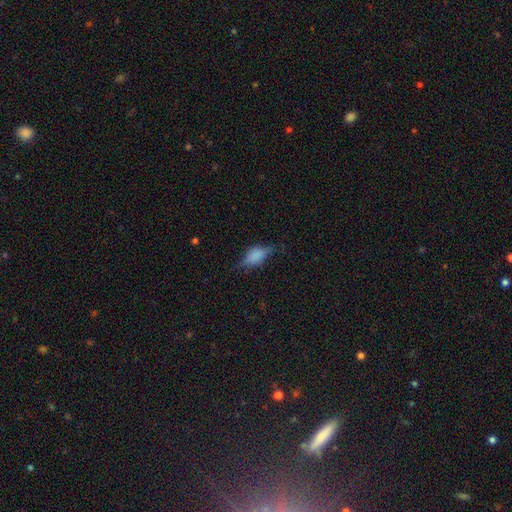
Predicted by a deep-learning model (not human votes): smooth-or-featured: smooth: 58% | featured or disk: 31% | star or artifact: 11%
  how-rounded: in between: 82% | cigar-shaped: 12% | round: 7%
  merging: none: 60% | minor disturbance: 28% | major disturbance: 11% | merger: 2%